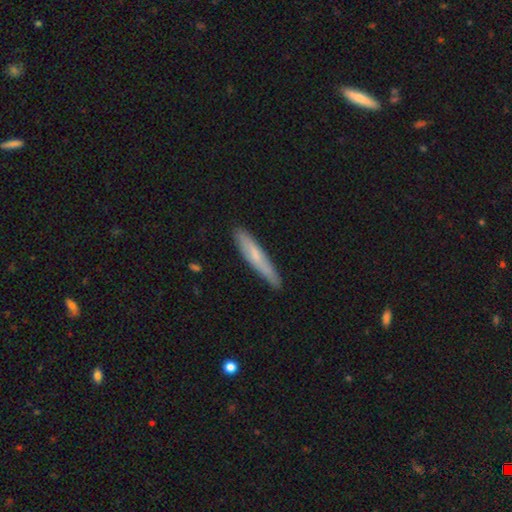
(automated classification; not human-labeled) A smooth galaxy with no disk features (63%) that is cigar-shaped (91%). Merging: none (82%).